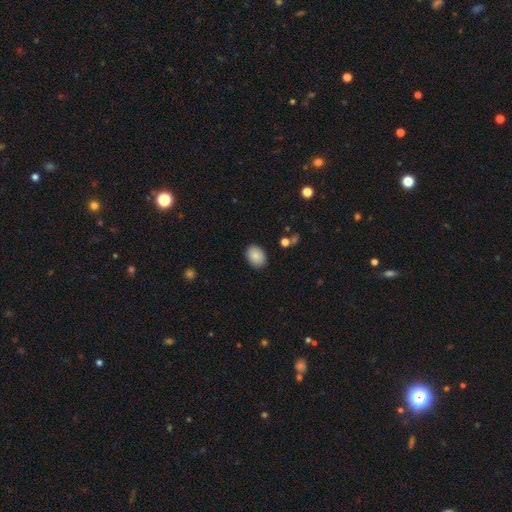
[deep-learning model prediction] Overall: smooth (86%). How rounded: in between (67%; round 32%). Merging: none (88%).